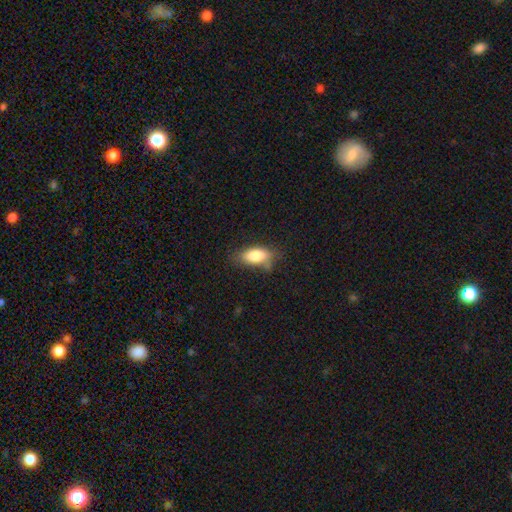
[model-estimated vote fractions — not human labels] This appears to be a smooth galaxy with no disk features (82%) that is in between round and cigar-shaped (87%). Merging: none (59%).